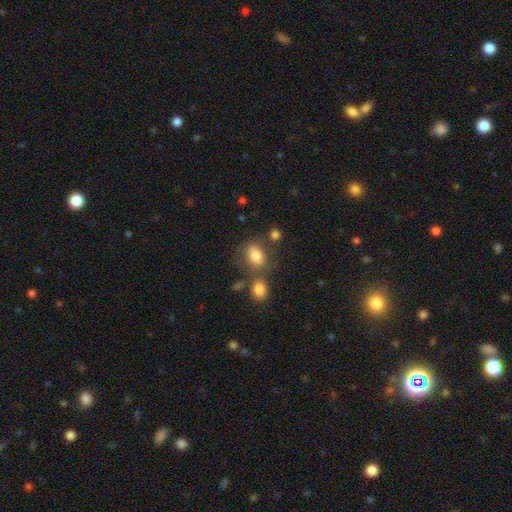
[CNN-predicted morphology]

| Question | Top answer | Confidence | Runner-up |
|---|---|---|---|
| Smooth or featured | smooth | 80% | star or artifact (10%) |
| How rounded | in between | 69% | round (29%) |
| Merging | none | 60% | merger (18%) |